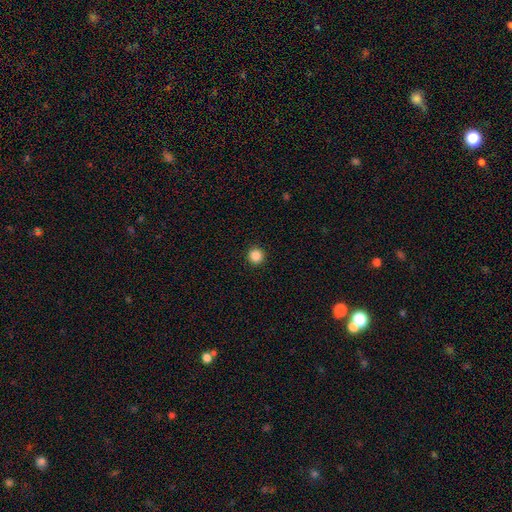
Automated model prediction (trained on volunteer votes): This appears to be a smooth galaxy with no disk features (87%) that is round (96%). Merging: none (93%).